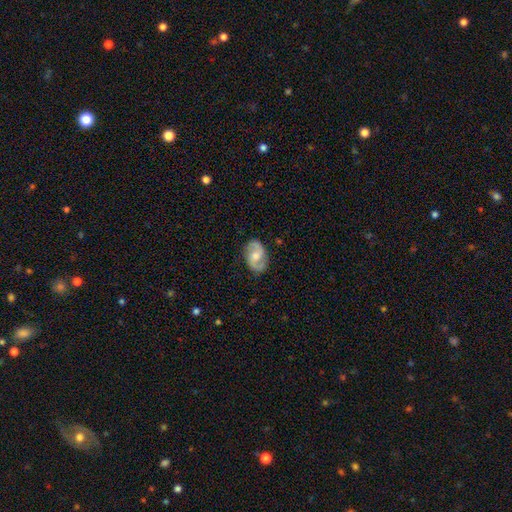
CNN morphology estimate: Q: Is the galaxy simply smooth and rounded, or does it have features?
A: featured or disk — 77%.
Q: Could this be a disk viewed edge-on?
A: no — 97%.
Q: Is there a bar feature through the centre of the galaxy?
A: no — 49%.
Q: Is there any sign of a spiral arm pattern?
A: yes — 93%.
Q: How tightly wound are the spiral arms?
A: medium — 53%.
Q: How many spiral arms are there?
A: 2 — 91%.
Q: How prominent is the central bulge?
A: moderate — 62%.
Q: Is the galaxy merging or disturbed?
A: none — 83%.